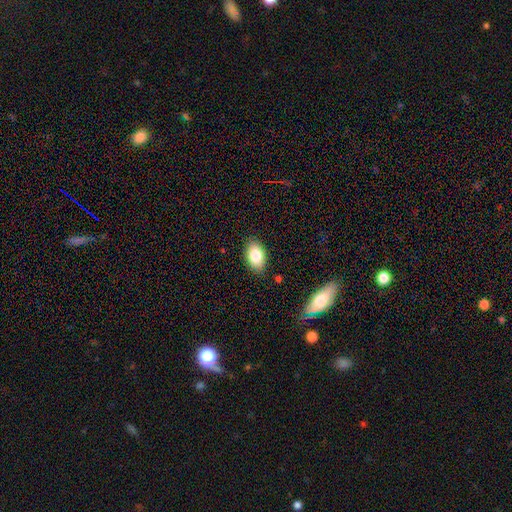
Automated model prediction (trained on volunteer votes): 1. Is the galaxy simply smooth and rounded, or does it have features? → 83% smooth, 9% featured or disk, 8% star or artifact.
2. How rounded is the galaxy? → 90% in between, 9% round, 1% cigar-shaped.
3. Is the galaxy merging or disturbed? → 85% none, 11% minor disturbance, 2% major disturbance, 2% merger.